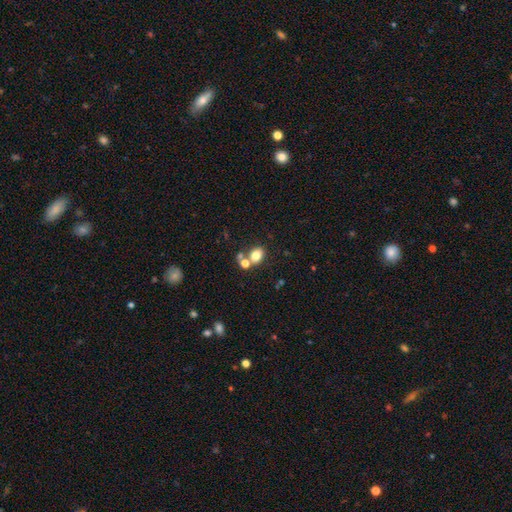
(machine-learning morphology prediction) smooth 79%, star or artifact 12%, featured or disk 9%. Down the decision tree: how rounded — in between (59%); merging — none (57%).